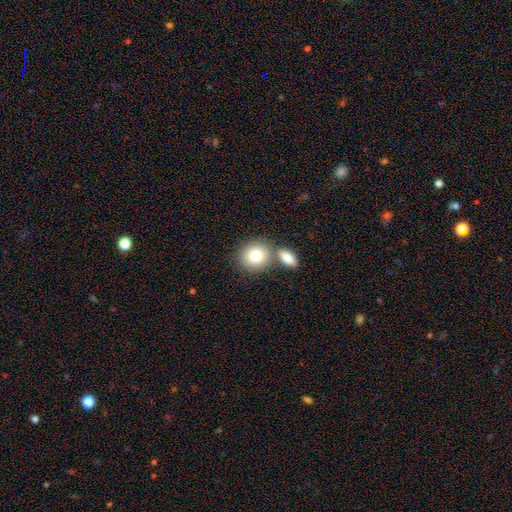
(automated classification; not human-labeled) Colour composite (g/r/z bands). It shows a smooth galaxy with no disk features (80%) that is round (77%). Merging: none (58%).